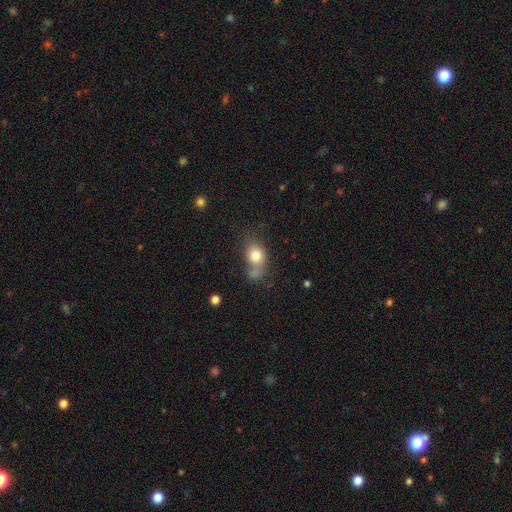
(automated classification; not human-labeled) smooth-or-featured: smooth: 78% | featured or disk: 13% | star or artifact: 10%
  how-rounded: in between: 56% | round: 42% | cigar-shaped: 2%
  merging: none: 41% | merger: 25% | minor disturbance: 21% | major disturbance: 12%